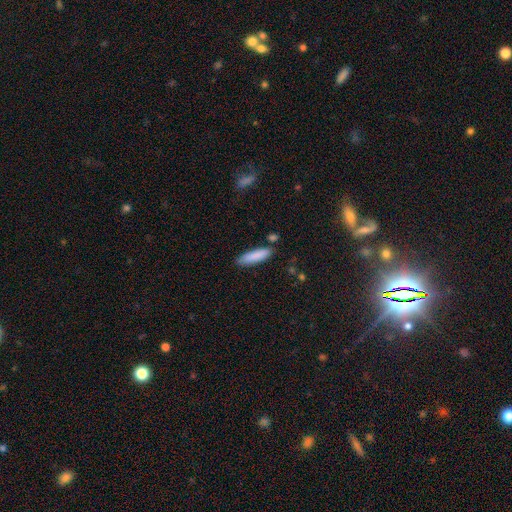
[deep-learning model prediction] This is clearly a smooth galaxy (86%). How rounded: likely cigar-shaped (70%). Merging: likely none (80%).